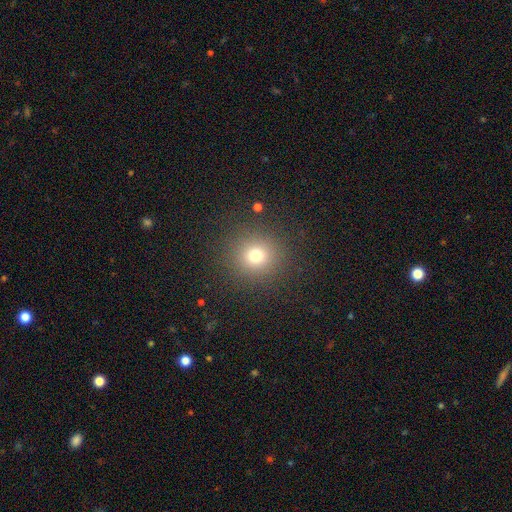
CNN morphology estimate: Smooth or featured? smooth (73%)
How rounded? round (93%)
Merging? none (88%)